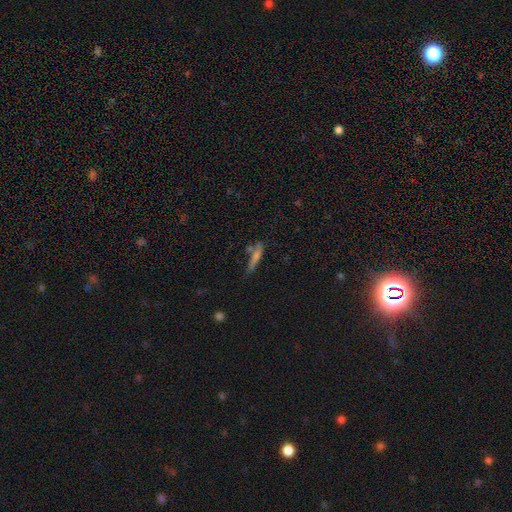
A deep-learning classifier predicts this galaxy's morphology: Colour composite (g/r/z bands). It shows a smooth galaxy with no disk features (64%) that is cigar-shaped (87%). Merging: none (64%).